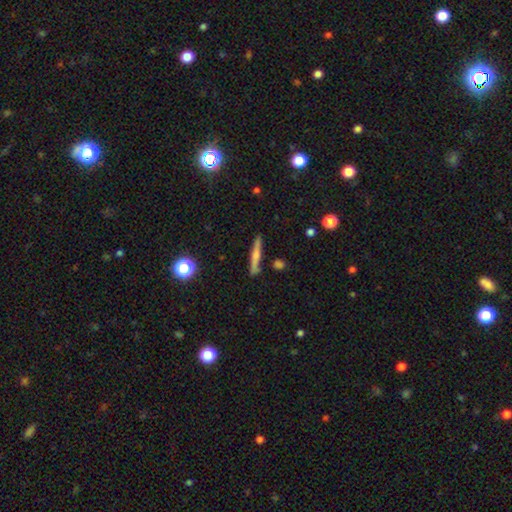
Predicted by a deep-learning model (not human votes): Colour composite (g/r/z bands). It shows a smooth galaxy with no disk features (49%). Merging: none (82%).